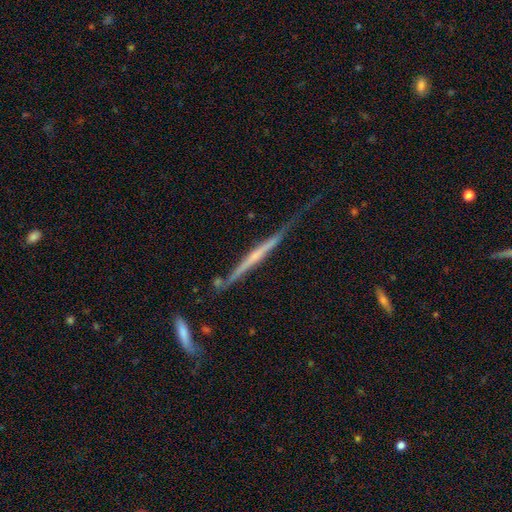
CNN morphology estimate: This appears to be a featured or disk galaxy (73%) viewed edge-on (96%) with no central bulge (54%). Merging: none (62%).